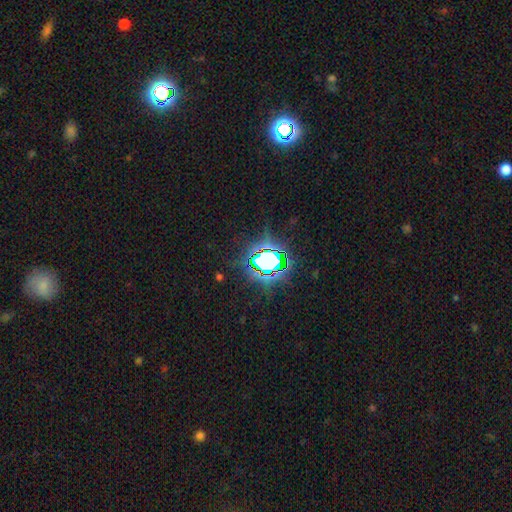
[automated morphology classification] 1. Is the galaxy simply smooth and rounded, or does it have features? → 76% star or artifact, 15% smooth, 10% featured or disk.